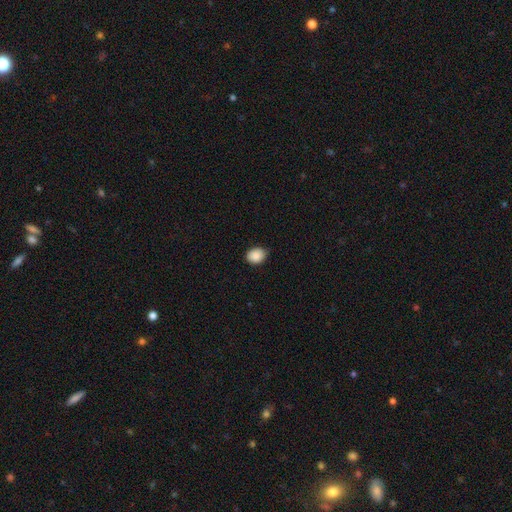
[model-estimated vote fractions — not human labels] smooth 89%, star or artifact 8%, featured or disk 3%. Down the decision tree: how rounded — in between (55%); merging — none (76%).